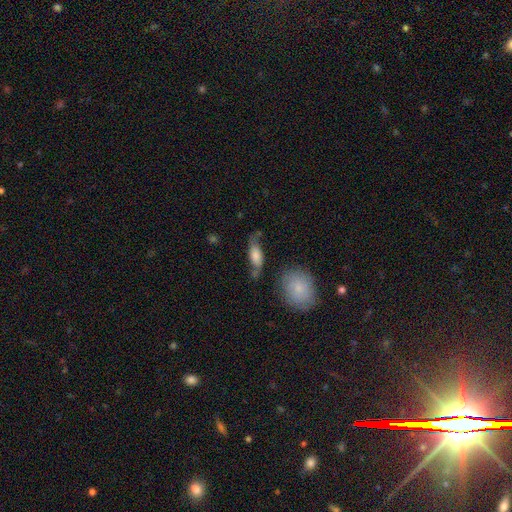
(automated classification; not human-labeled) Smooth or featured? smooth (64%)
How rounded? in between (74%)
Merging? none (53%)